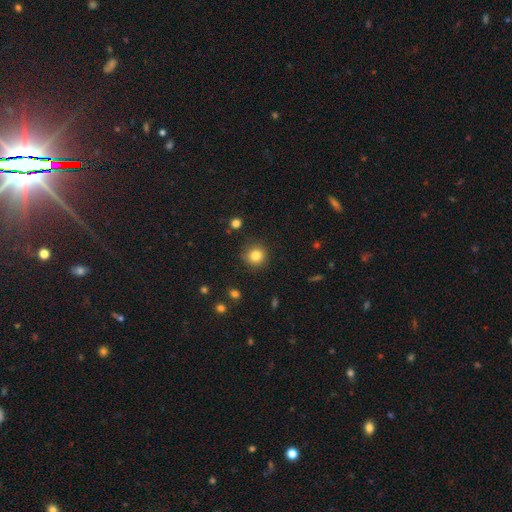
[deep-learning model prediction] smooth 83%, star or artifact 11%, featured or disk 6%. Down the decision tree: how rounded — round (92%); merging — none (87%).